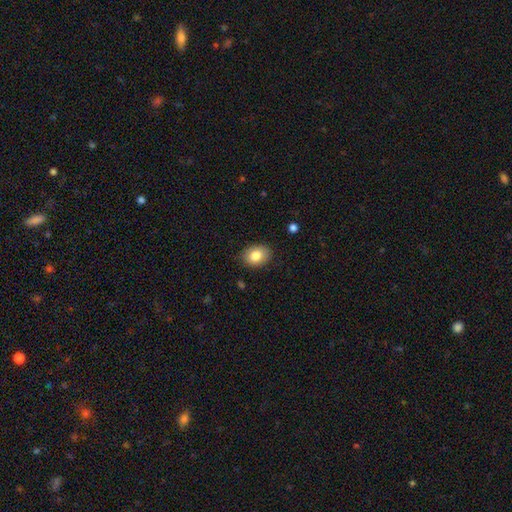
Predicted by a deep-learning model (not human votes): smooth_or_featured: smooth (p=0.83) [alt: featured or disk p=0.09]
how_rounded: in between (p=0.67) [alt: round p=0.32]
merging: none (p=0.86) [alt: minor disturbance p=0.10]